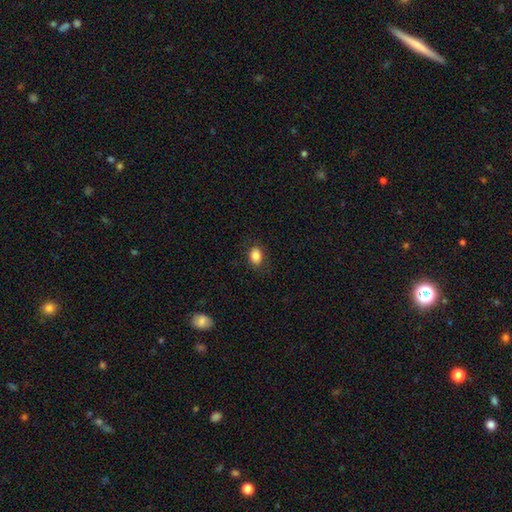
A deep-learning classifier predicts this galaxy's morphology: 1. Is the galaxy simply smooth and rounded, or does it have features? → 84% smooth, 9% star or artifact, 7% featured or disk.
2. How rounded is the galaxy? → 70% in between, 29% round, 1% cigar-shaped.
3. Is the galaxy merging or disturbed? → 83% none, 12% minor disturbance, 3% major disturbance, 1% merger.